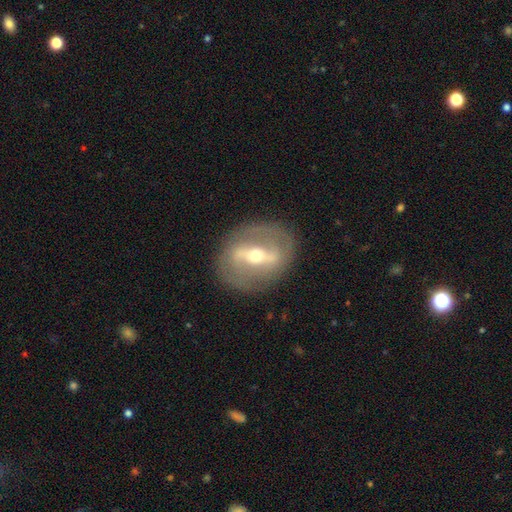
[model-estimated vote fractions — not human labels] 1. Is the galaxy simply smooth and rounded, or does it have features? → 79% featured or disk, 15% smooth, 7% star or artifact.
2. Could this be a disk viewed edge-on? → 84% no, 16% yes.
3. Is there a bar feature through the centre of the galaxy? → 72% strong, 20% weak, 7% no.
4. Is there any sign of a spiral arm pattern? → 57% no, 43% yes.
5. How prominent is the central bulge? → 64% moderate, 30% small, 5% large, 1% dominant, 1% none.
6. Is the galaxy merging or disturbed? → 84% none, 10% minor disturbance, 5% major disturbance, 1% merger.